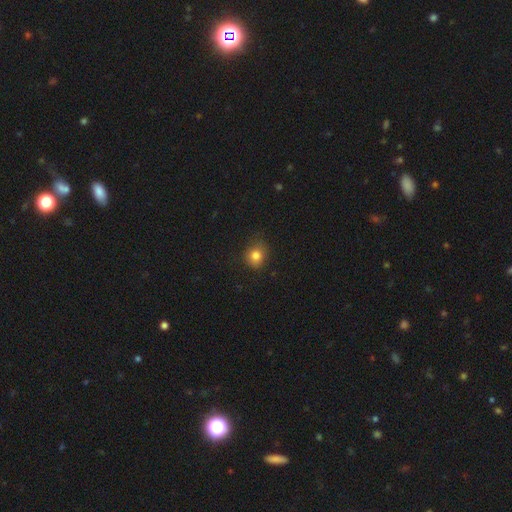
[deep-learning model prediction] Smooth or featured? Predicted: smooth (p=0.82). How rounded? Predicted: round (p=0.76). Merging? Predicted: none (p=0.76).